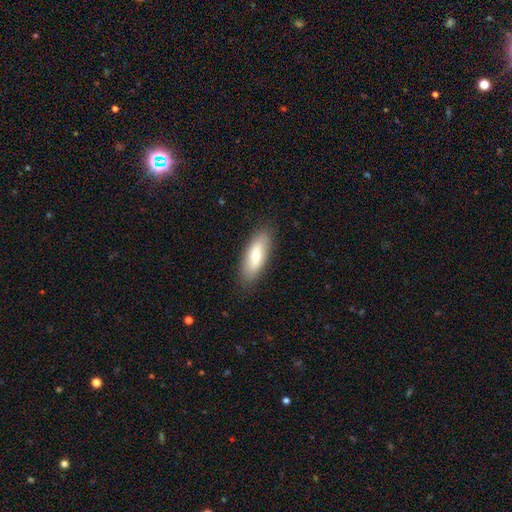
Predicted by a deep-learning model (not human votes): Overall: smooth (69%). How rounded: in between (69%). Merging: none (87%).